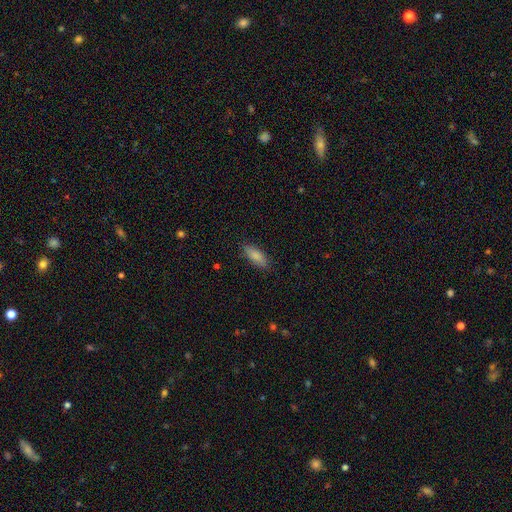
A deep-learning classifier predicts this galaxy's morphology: Q: Smooth or featured?
A: smooth (84%); runner-up: featured or disk (9%)
Q: How rounded?
A: in between (71%); runner-up: cigar-shaped (27%)
Q: Merging?
A: none (85%); runner-up: minor disturbance (11%)